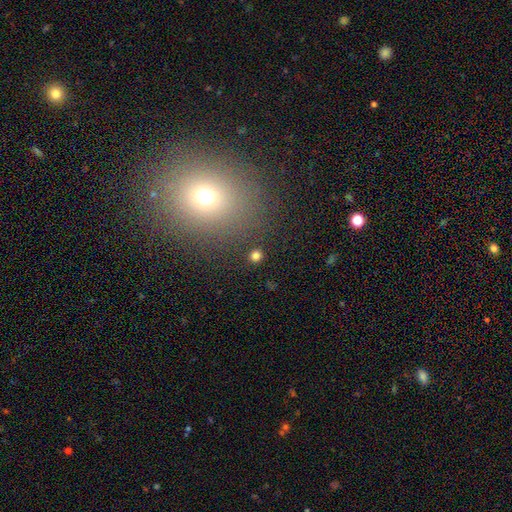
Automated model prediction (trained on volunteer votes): Smooth or featured? smooth (78%)
How rounded? round (86%)
Merging? none (89%)